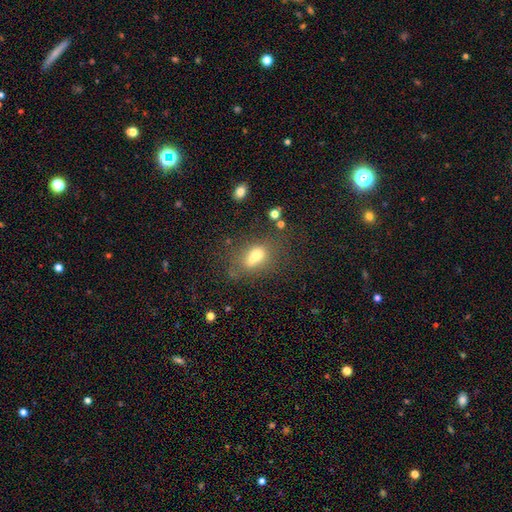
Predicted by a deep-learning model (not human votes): Smooth or featured?
  - smooth: 63% *
  - featured or disk: 22%
  - star or artifact: 15%
How rounded?
  - in between: 73% *
  - round: 20%
  - cigar-shaped: 7%
Merging?
  - none: 41% *
  - merger: 32%
  - minor disturbance: 16%
  - major disturbance: 10%